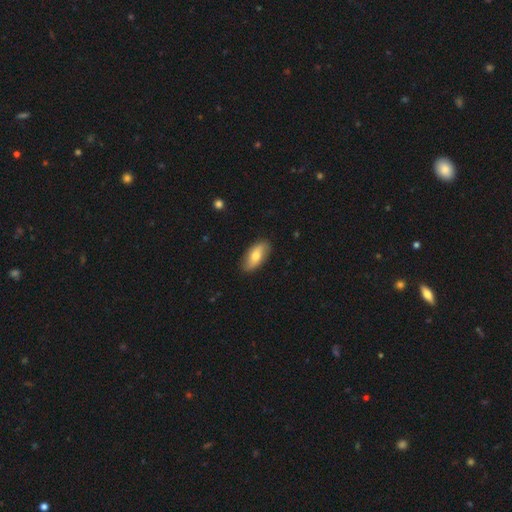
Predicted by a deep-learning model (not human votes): The model was most divided on "smooth or featured": smooth: 58%, featured or disk: 36%, star or artifact: 6%. More confident: merging — none (86%); how rounded — in between (86%).